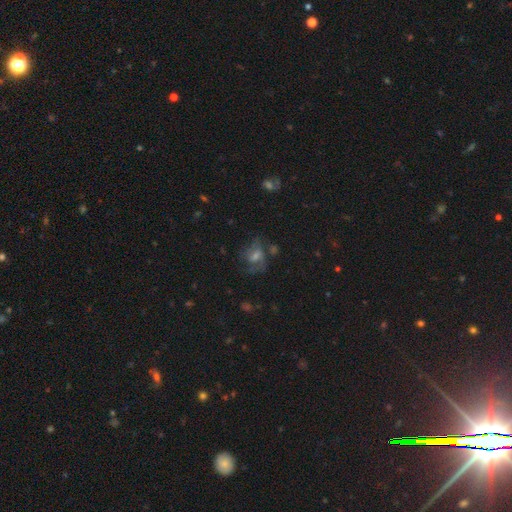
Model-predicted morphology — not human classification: This appears to be a featured or disk galaxy (47%). Merging: none (55%).